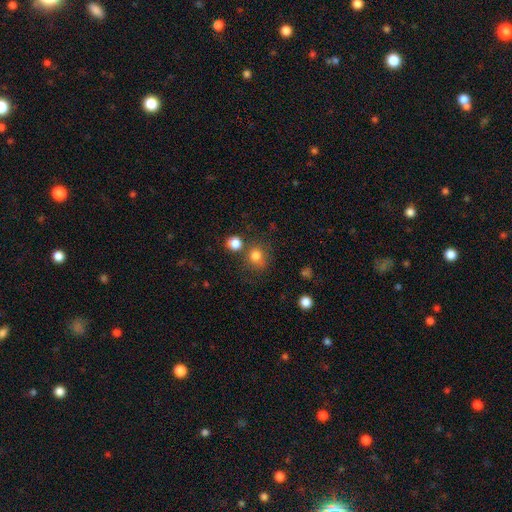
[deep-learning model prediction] Overall: smooth (79%). How rounded: round (83%). Merging: none (67%).